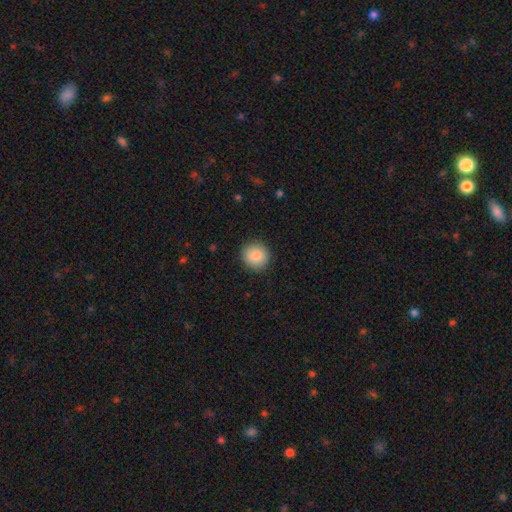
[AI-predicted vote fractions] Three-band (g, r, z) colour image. It shows a smooth galaxy with no disk features (87%) that is round (91%). Merging: none (90%).